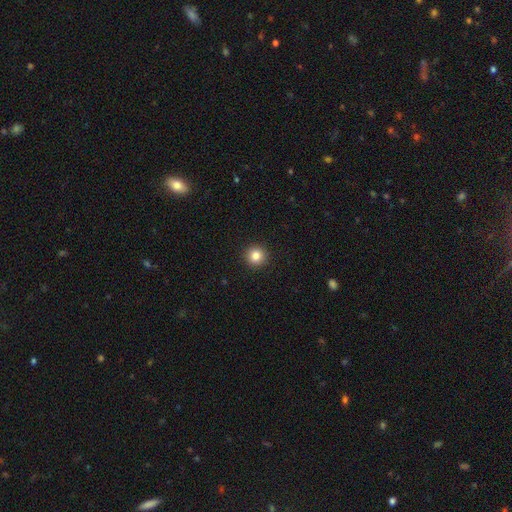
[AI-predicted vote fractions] smooth-or-featured: smooth: 84% | star or artifact: 11% | featured or disk: 5%
  how-rounded: round: 95% | in between: 4% | cigar-shaped: 1%
  merging: none: 93% | minor disturbance: 4% | major disturbance: 2% | merger: 1%